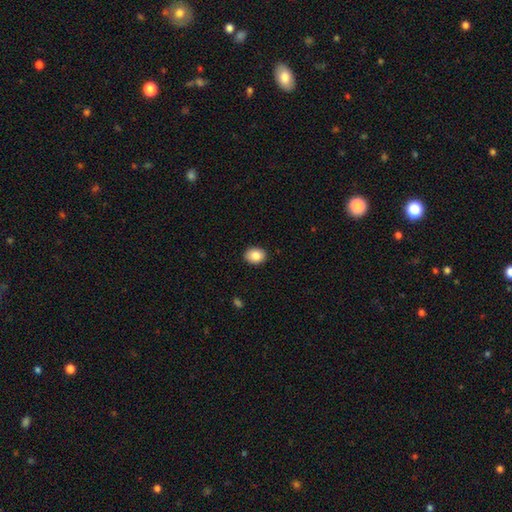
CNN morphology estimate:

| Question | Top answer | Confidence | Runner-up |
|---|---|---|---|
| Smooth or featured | smooth | 85% | star or artifact (8%) |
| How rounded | in between | 56% | round (43%) |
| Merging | none | 90% | minor disturbance (8%) |